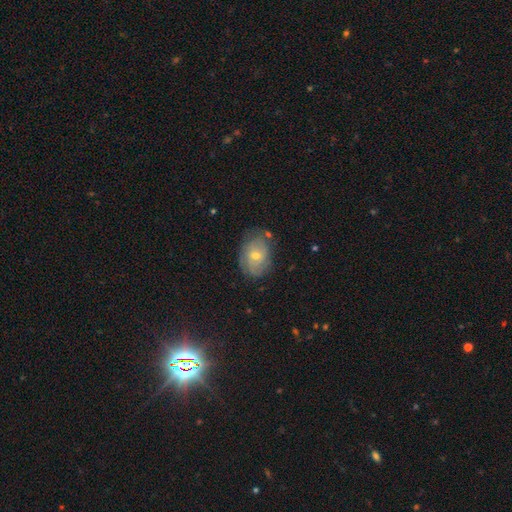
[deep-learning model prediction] Smooth or featured? Predicted: featured or disk (p=0.53). Edge-on disk? Predicted: no (p=0.95). Bar? Predicted: no (p=0.71). Spiral arms? Predicted: yes (p=0.72). Bulge size? Predicted: small (p=0.53). Merging? Predicted: none (p=0.71).